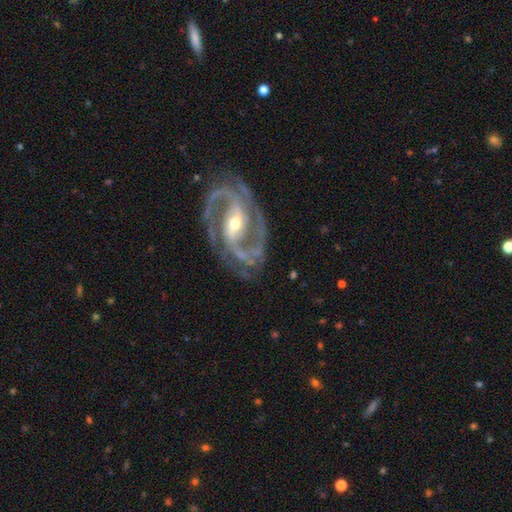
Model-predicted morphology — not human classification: This appears to be a featured or disk galaxy (93%) with a strong bar (48%), 2 (84%) medium (53%) spiral arms (98%) and a moderate central bulge (50%). Merging: none (80%).